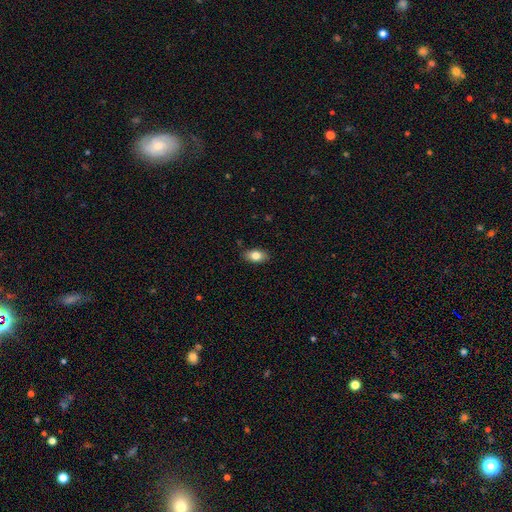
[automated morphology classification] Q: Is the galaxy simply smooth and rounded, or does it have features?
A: smooth — 81%.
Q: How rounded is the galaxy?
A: in between — 89%.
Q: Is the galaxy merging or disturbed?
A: none — 86%.